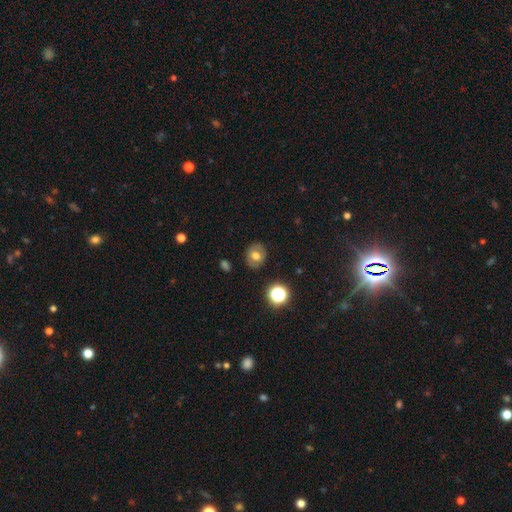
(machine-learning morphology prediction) Smooth or featured: smooth — 64% (featured or disk — 24%)
How rounded: round — 69% (in between — 30%)
Merging: none — 85% (minor disturbance — 10%)